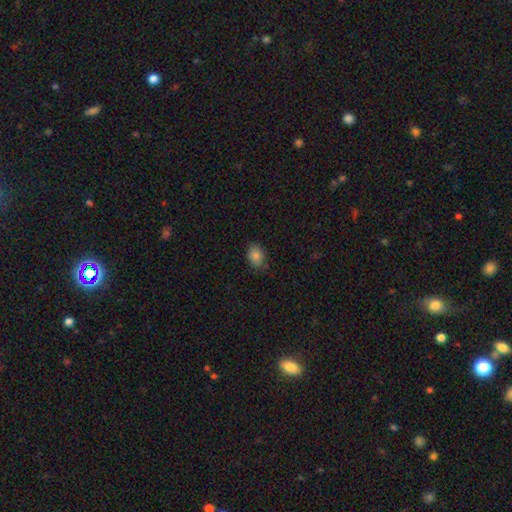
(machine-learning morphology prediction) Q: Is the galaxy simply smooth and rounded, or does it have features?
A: smooth — 84%.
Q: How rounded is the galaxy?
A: in between — 73%.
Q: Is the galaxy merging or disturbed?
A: none — 80%.